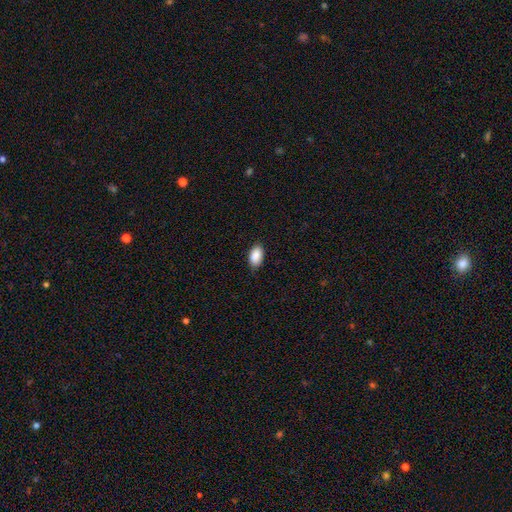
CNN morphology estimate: This is clearly a smooth galaxy (90%). How rounded: clearly in between (94%). Merging: clearly none (81%).